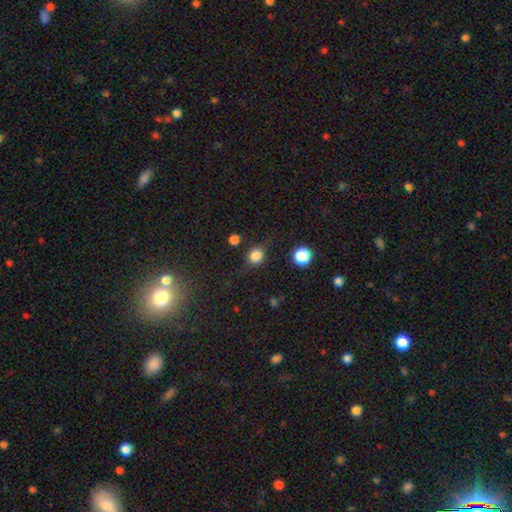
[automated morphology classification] A smooth galaxy with no disk features (79%) that is round (81%). Merging: none (72%).